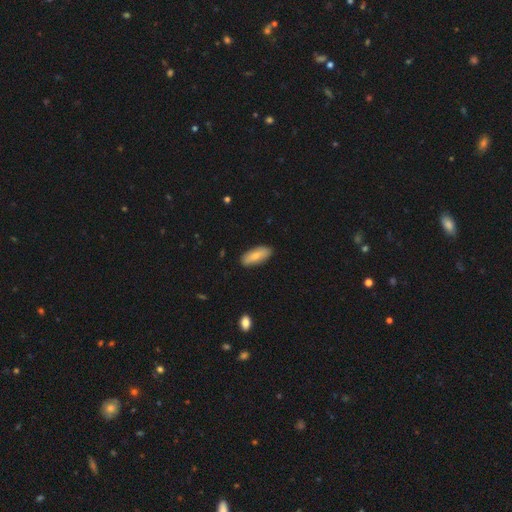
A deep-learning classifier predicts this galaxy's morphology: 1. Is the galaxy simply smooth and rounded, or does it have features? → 74% smooth, 20% featured or disk, 6% star or artifact.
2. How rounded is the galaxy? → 78% in between, 20% cigar-shaped, 2% round.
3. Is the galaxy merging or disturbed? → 86% none, 11% minor disturbance, 2% major disturbance, 1% merger.